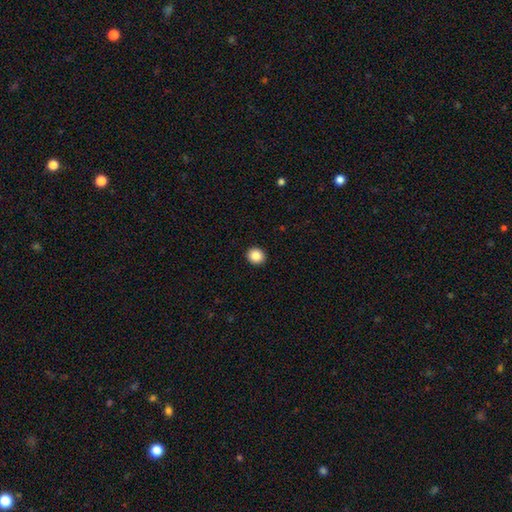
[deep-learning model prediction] smooth_or_featured: smooth (p=0.86) [alt: star or artifact p=0.09]
how_rounded: round (p=0.81) [alt: in between p=0.18]
merging: none (p=0.93) [alt: minor disturbance p=0.05]